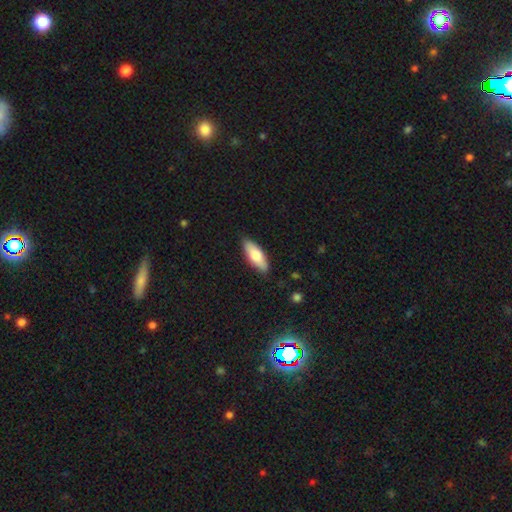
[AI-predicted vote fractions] A smooth galaxy with no disk features (71%) that is in between round and cigar-shaped (68%). Merging: none (88%).